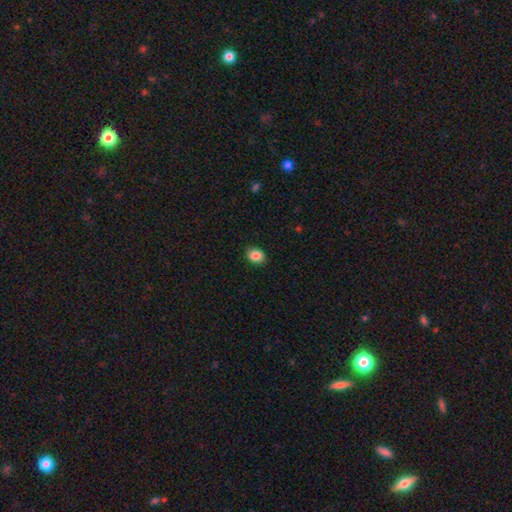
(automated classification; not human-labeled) The model was most divided on "how rounded": in between: 55%, round: 44%, cigar-shaped: 1%. More confident: merging — none (89%); smooth or featured — smooth (87%).